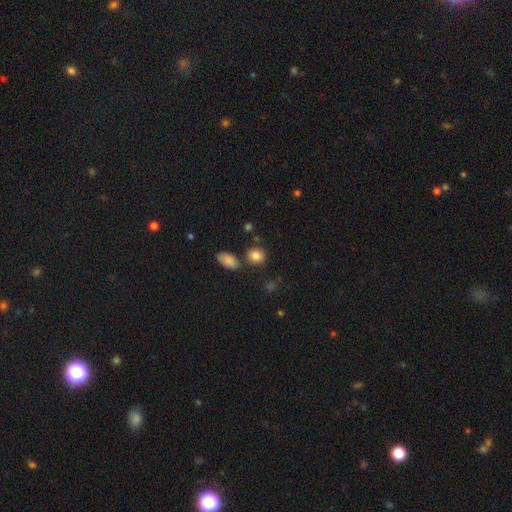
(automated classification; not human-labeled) A smooth galaxy with no disk features (84%) that is round (67%).

Vote fractions:
- Smooth or featured? smooth: 84% / star or artifact: 10% / featured or disk: 6%
- How rounded? round: 67% / in between: 32% / cigar-shaped: 1%
- Merging? none: 75% / minor disturbance: 11% / merger: 10% / major disturbance: 3%